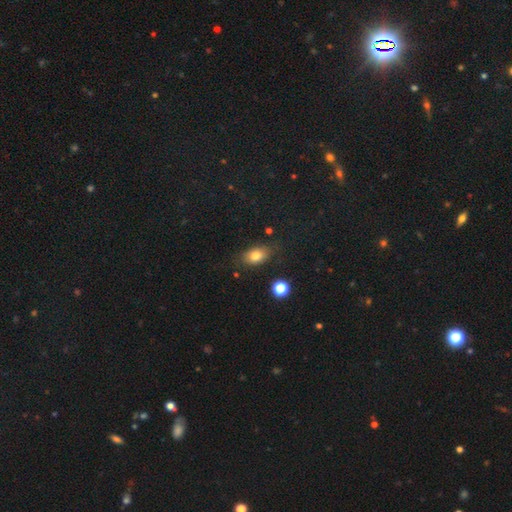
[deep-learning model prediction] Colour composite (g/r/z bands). It shows a smooth galaxy with no disk features (77%) that is in between round and cigar-shaped (82%). Merging: none (78%).